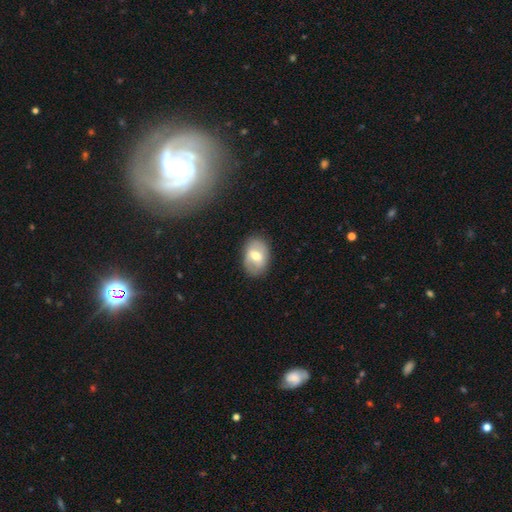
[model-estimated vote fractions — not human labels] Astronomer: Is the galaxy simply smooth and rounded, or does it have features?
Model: smooth — 50% (runner-up: featured or disk, 43%).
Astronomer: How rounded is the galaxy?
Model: in between — 78%.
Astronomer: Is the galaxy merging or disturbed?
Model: none — 83%.